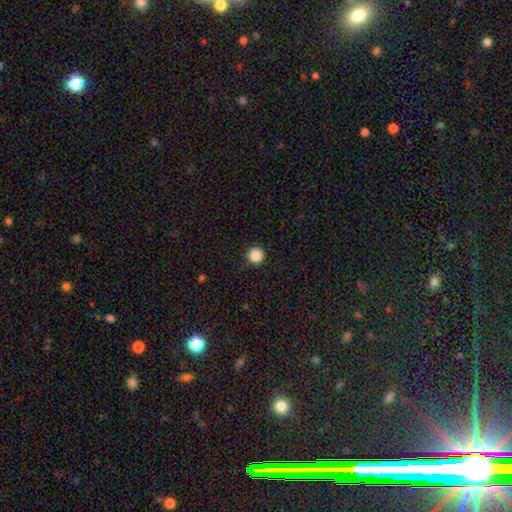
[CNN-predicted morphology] Q: Smooth or featured?
A: smooth (87%); runner-up: star or artifact (10%)
Q: How rounded?
A: round (96%); runner-up: in between (3%)
Q: Merging?
A: none (88%); runner-up: minor disturbance (9%)